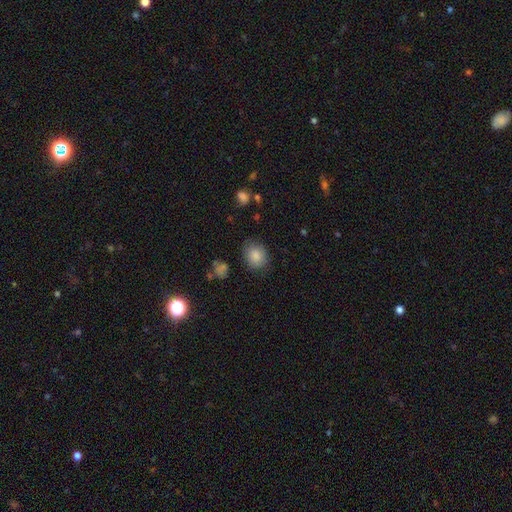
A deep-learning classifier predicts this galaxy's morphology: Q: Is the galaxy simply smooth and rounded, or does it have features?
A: smooth — 85%.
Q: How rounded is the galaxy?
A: round — 62%.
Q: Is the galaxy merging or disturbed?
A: none — 80%.